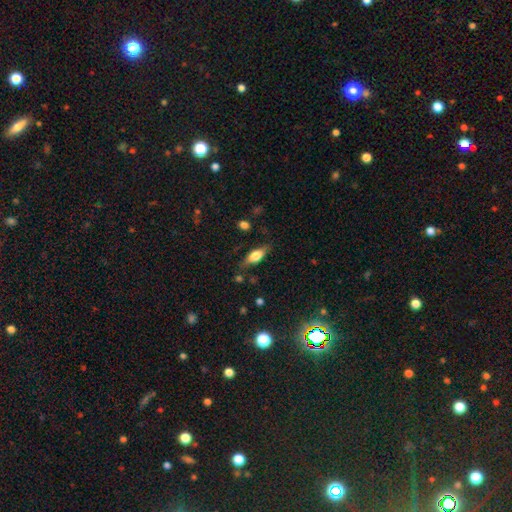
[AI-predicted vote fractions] Morphology: type=smooth (58%); roundness=in between (69%); merging=none (77%).